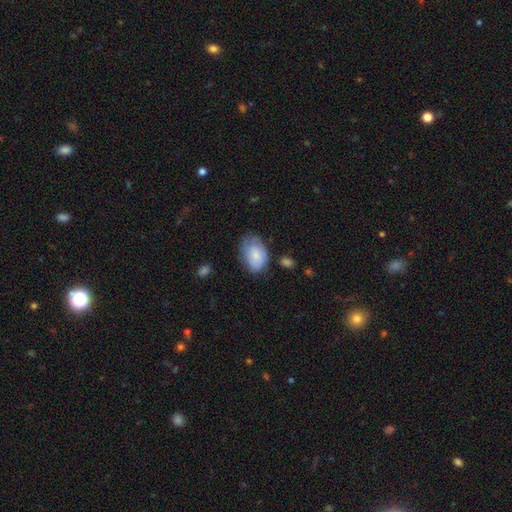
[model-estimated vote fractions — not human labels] Smooth or featured? smooth (77%)
How rounded? in between (86%)
Merging? none (54%)